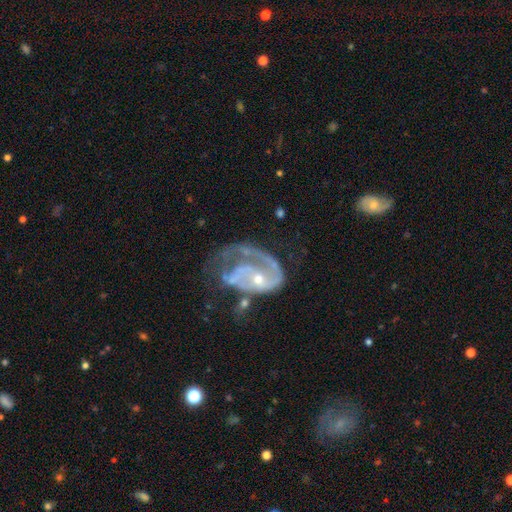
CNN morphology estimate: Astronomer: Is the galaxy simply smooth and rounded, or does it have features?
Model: featured or disk — 85%.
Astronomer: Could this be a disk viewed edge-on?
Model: no — 97%.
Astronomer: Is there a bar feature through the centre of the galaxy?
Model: no — 59%.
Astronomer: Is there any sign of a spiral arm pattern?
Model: yes — 90%.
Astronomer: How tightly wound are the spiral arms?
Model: tight — 42% (runner-up: medium, 39%).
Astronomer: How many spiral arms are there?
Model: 1 — 40% (runner-up: 2, 36%).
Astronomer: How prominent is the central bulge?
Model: small — 61%.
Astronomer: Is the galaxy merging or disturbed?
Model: major disturbance — 37% (runner-up: none, 34%).